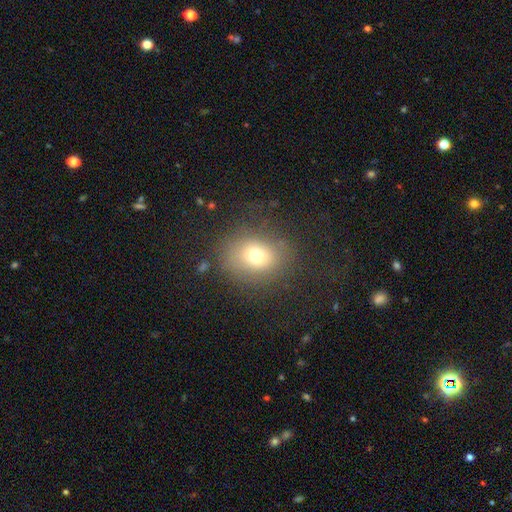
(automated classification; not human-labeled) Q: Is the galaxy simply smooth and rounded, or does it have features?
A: smooth — 70%.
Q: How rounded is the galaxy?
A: round — 65%.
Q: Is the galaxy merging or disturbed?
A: none — 74%.